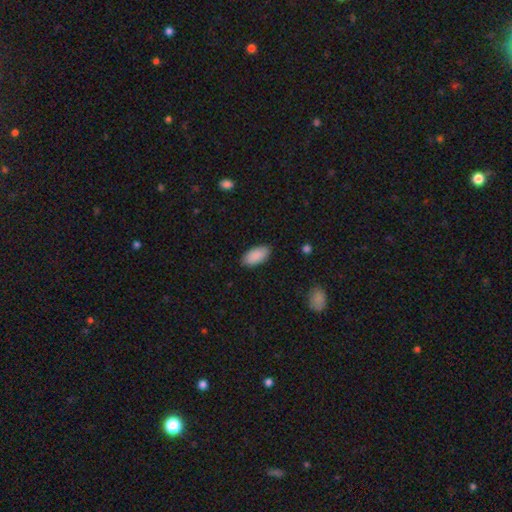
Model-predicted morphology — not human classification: Smooth or featured? Predicted: smooth (p=0.90). How rounded? Predicted: in between (p=0.93). Merging? Predicted: none (p=0.86).